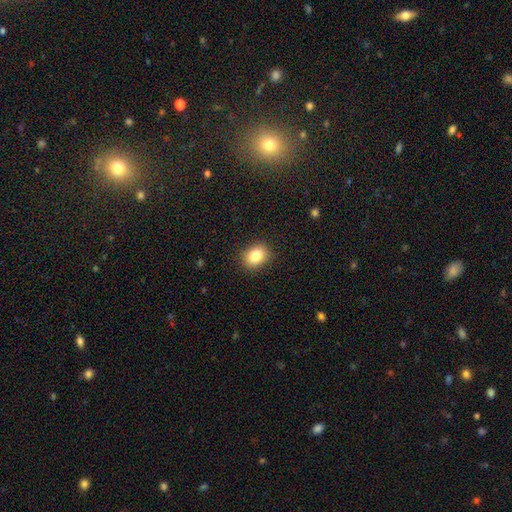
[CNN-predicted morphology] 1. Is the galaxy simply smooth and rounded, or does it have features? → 84% smooth, 10% star or artifact, 7% featured or disk.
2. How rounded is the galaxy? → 51% round, 48% in between, 1% cigar-shaped.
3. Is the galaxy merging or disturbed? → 88% none, 9% minor disturbance, 2% major disturbance, 1% merger.